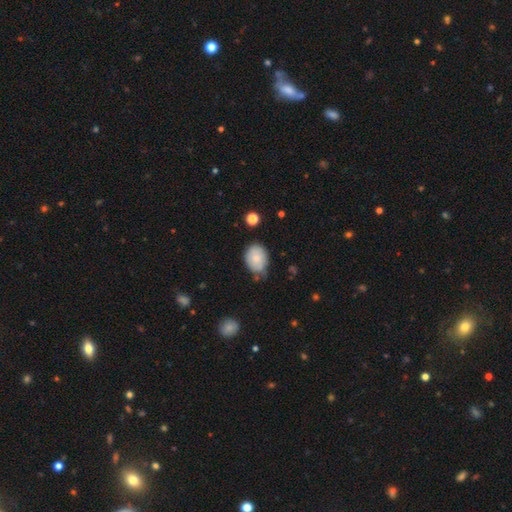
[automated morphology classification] Q: Smooth or featured?
A: smooth (81%); runner-up: featured or disk (12%)
Q: How rounded?
A: in between (65%); runner-up: round (34%)
Q: Merging?
A: none (62%); runner-up: minor disturbance (29%)